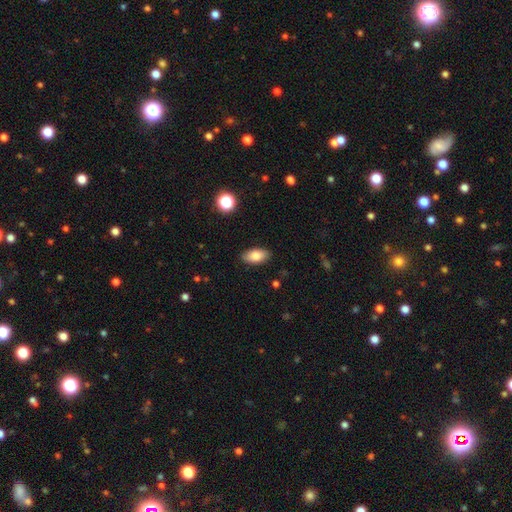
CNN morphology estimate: The model was most divided on "smooth or featured": smooth: 83%, featured or disk: 10%, star or artifact: 8%. More confident: how rounded — in between (91%); merging — none (88%).